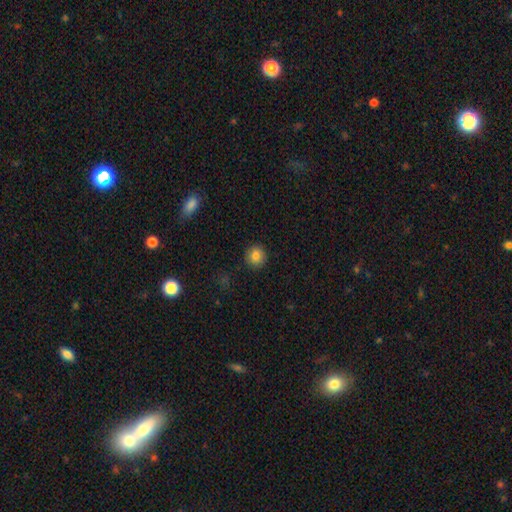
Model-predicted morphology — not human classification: smooth 84%, star or artifact 10%, featured or disk 6%. Down the decision tree: how rounded — round (91%); merging — none (91%).